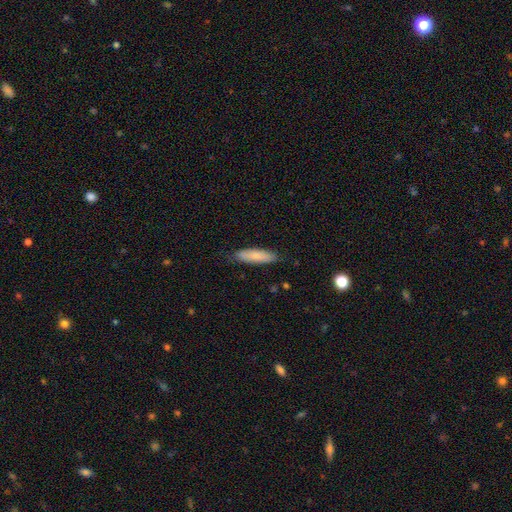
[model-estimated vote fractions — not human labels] Smooth or featured?
  - smooth: 82% *
  - featured or disk: 12%
  - star or artifact: 6%
How rounded?
  - cigar-shaped: 67% *
  - in between: 31%
  - round: 1%
Merging?
  - none: 83% *
  - minor disturbance: 14%
  - major disturbance: 2%
  - merger: 1%